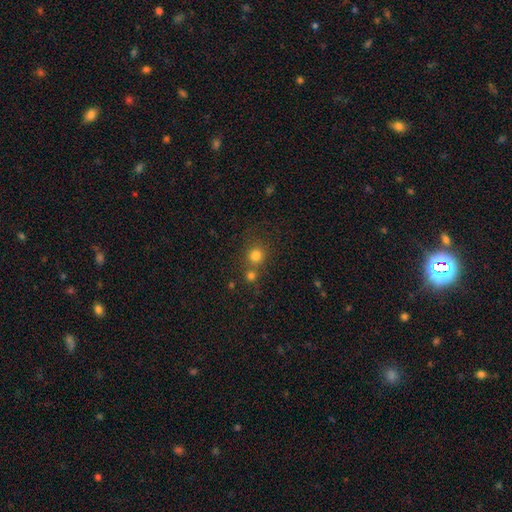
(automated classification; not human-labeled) Smooth or featured? Predicted: smooth (p=0.77). How rounded? Predicted: round (p=0.90). Merging? Predicted: none (p=0.60).